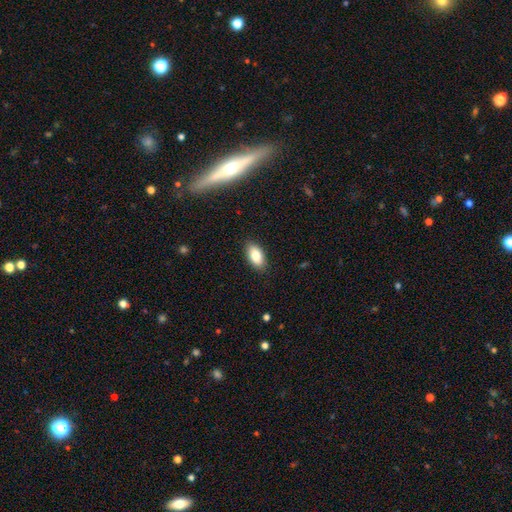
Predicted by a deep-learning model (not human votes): Smooth or featured? Predicted: smooth (p=0.84). How rounded? Predicted: in between (p=0.93). Merging? Predicted: none (p=0.87).